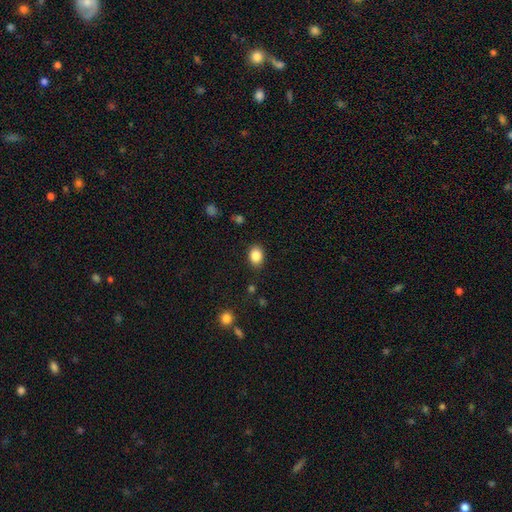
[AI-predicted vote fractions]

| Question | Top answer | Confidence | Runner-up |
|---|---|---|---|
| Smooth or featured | smooth | 86% | star or artifact (9%) |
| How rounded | in between | 65% | round (34%) |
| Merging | none | 85% | minor disturbance (10%) |